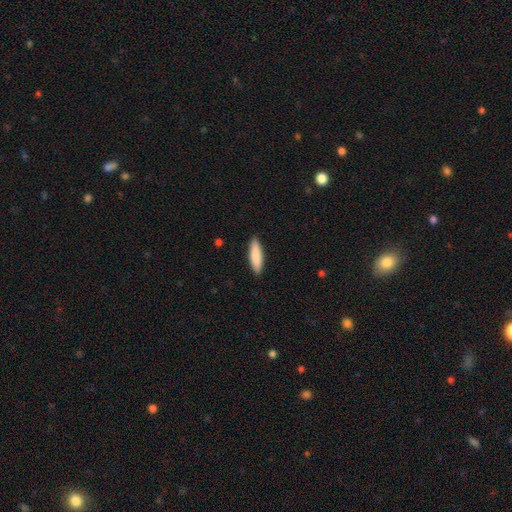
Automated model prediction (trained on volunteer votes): Smooth or featured: smooth — 87% (featured or disk — 8%)
How rounded: cigar-shaped — 67% (in between — 31%)
Merging: none — 90% (minor disturbance — 8%)